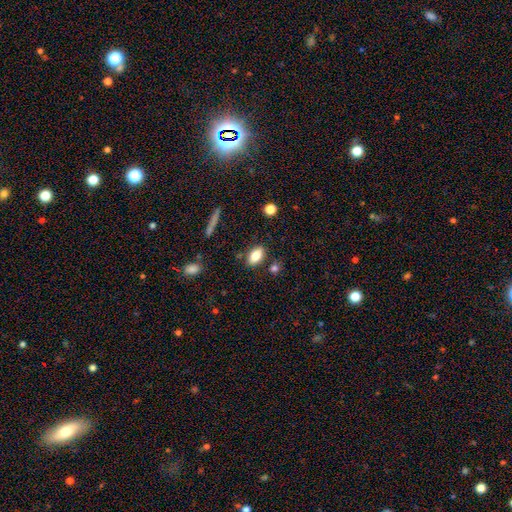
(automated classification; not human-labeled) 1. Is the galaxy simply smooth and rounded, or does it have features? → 81% smooth, 11% featured or disk, 8% star or artifact.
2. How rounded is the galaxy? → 88% in between, 7% round, 5% cigar-shaped.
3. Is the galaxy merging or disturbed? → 82% none, 11% minor disturbance, 5% merger, 3% major disturbance.